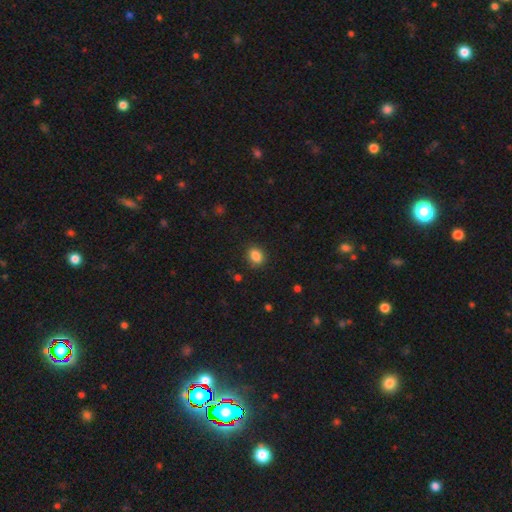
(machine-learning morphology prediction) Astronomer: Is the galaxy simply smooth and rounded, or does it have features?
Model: smooth — 87%.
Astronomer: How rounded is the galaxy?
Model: in between — 62%.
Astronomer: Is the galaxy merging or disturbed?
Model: none — 85%.